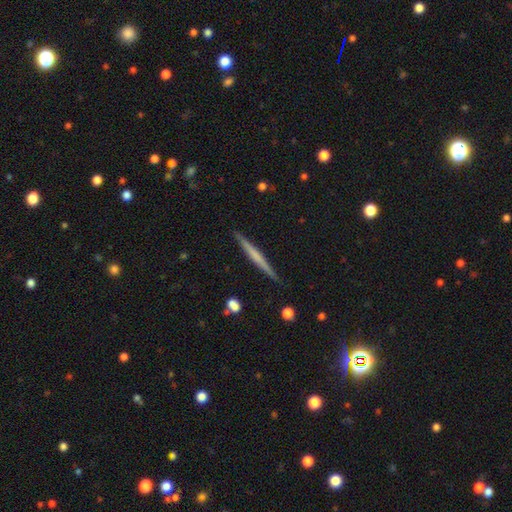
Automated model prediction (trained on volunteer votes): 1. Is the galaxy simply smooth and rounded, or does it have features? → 52% featured or disk, 42% smooth, 6% star or artifact.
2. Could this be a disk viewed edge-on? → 98% yes, 2% no.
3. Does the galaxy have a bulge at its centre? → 76% none, 15% rounded, 9% boxy.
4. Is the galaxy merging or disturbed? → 91% none, 7% minor disturbance, 1% major disturbance, 1% merger.